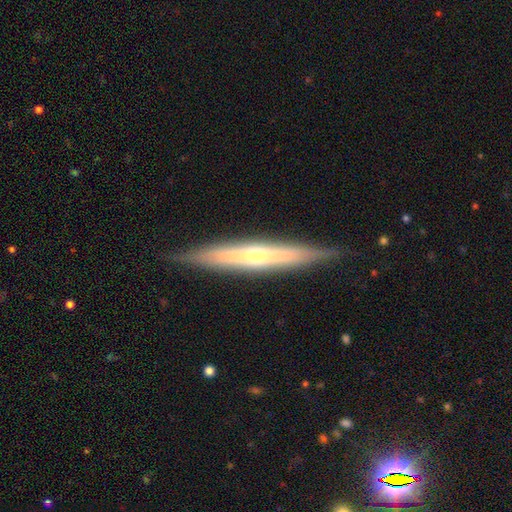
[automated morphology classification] Smooth or featured? featured or disk (61%)
Edge-on disk? yes (94%)
Edge-on bulge? rounded (65%)
Merging? none (86%)